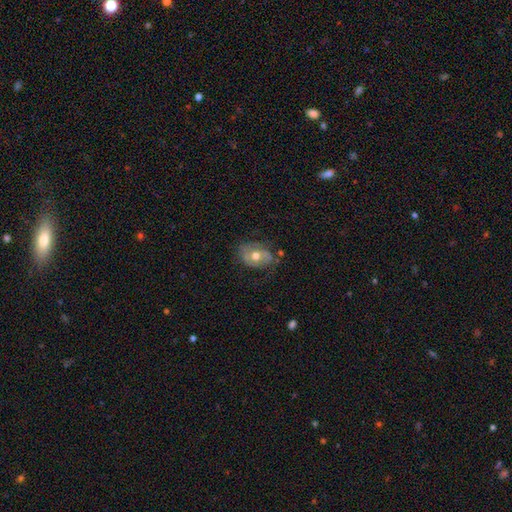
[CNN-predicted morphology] featured or disk 54%, smooth 38%, star or artifact 8%. Down the decision tree: edge-on disk — no (95%); bar — no (68%); spiral arms — yes (61%); bulge size — moderate (77%); merging — none (62%).